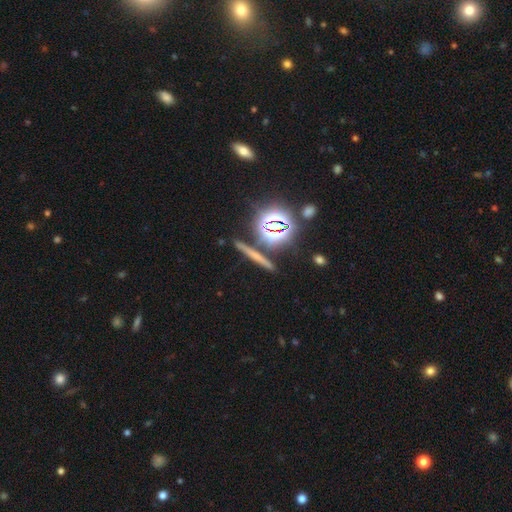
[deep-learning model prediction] Q: Smooth or featured?
A: smooth (39%); runner-up: star or artifact (32%)
Q: Merging?
A: none (83%); runner-up: minor disturbance (8%)